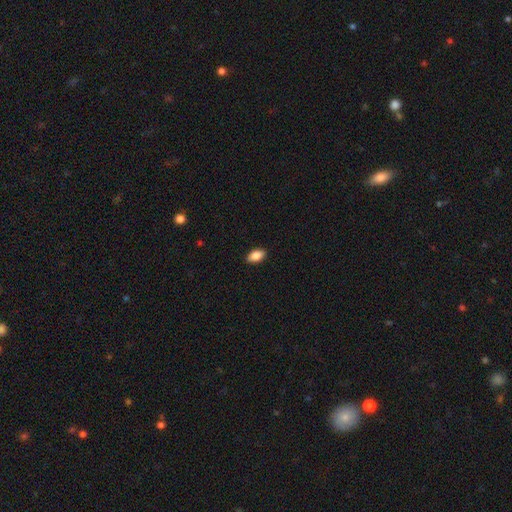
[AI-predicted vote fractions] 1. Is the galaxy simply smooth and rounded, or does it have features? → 88% smooth, 7% star or artifact, 5% featured or disk.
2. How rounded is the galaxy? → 92% in between, 5% round, 3% cigar-shaped.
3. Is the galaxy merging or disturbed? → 89% none, 8% minor disturbance, 2% major disturbance, 1% merger.